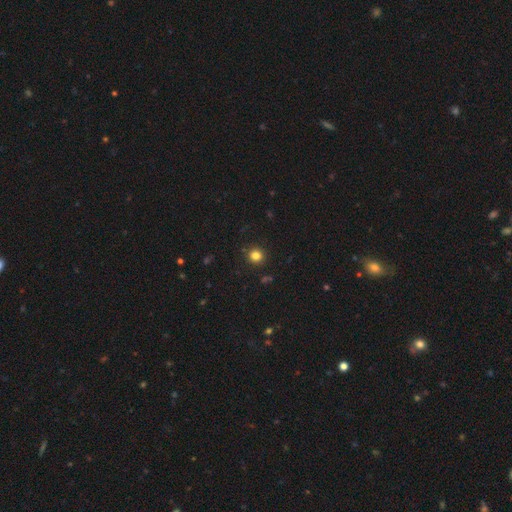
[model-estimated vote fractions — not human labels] Overall: smooth (82%). How rounded: round (93%). Merging: none (91%).